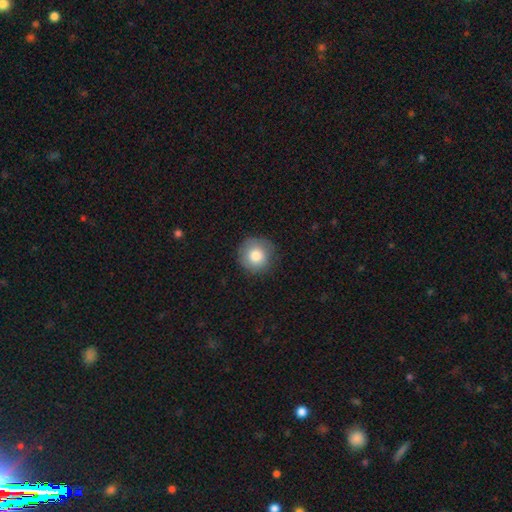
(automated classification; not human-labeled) This appears to be a smooth galaxy with no disk features (80%) that is round (94%). Merging: none (84%).